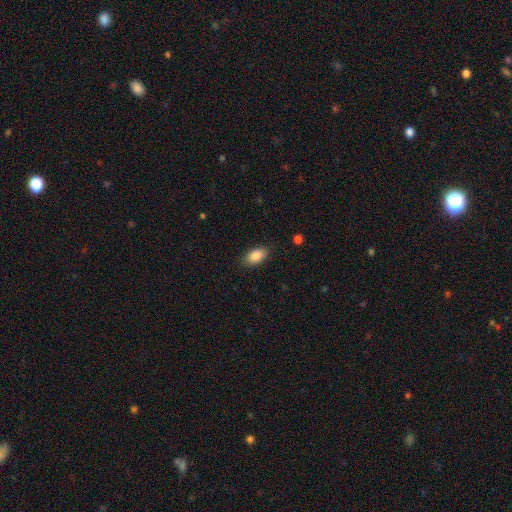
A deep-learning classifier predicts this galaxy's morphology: Smooth or featured? Predicted: smooth (p=0.87). How rounded? Predicted: in between (p=0.93). Merging? Predicted: none (p=0.87).